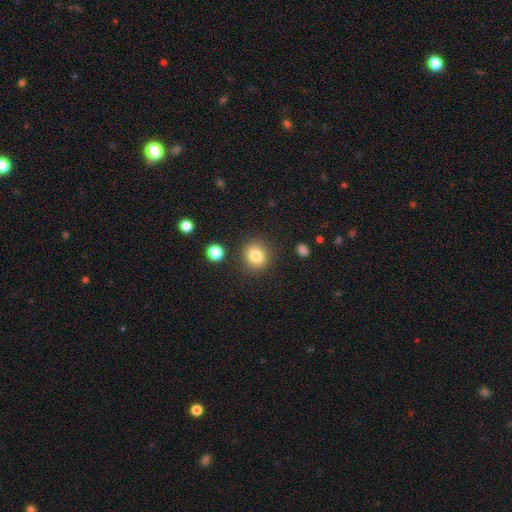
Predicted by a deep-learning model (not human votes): This is clearly a smooth galaxy (82%). How rounded: clearly round (81%). Merging: clearly none (86%).